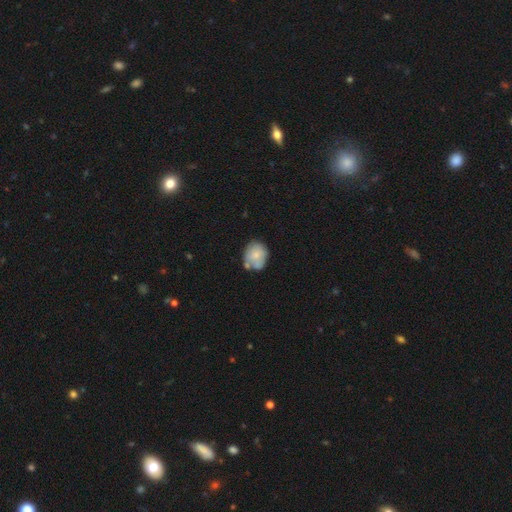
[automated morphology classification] Smooth or featured? Predicted: smooth (p=0.72). How rounded? Predicted: round (p=0.56). Merging? Predicted: none (p=0.52).